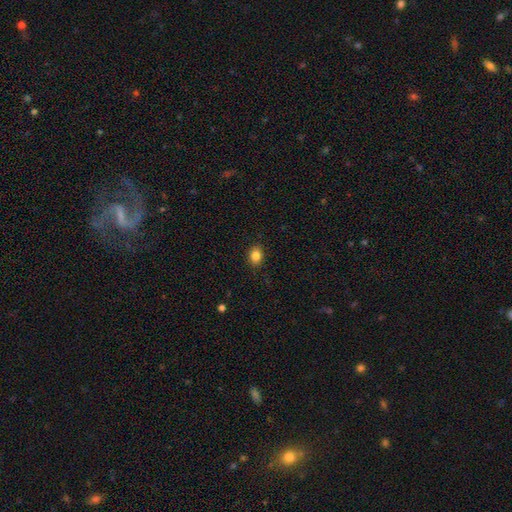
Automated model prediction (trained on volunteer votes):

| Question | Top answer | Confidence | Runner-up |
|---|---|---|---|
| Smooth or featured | smooth | 85% | star or artifact (10%) |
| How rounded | in between | 57% | round (42%) |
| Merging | none | 89% | minor disturbance (8%) |